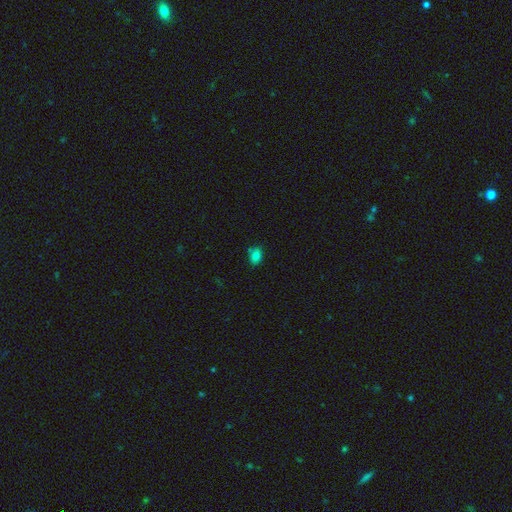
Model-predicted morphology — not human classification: Q: Smooth or featured?
A: smooth (79%); runner-up: star or artifact (14%)
Q: How rounded?
A: in between (70%); runner-up: round (29%)
Q: Merging?
A: none (75%); runner-up: minor disturbance (16%)